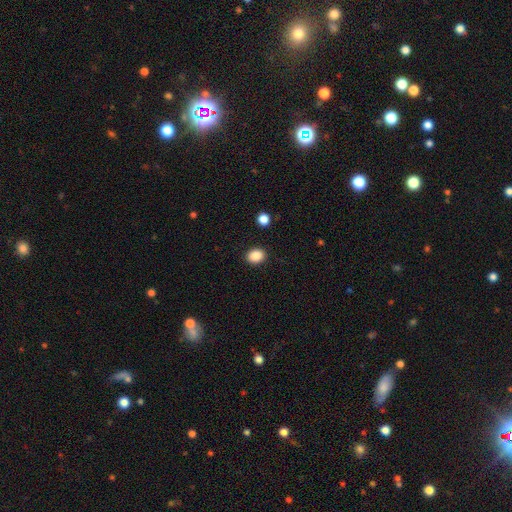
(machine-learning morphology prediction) This appears to be a smooth galaxy with no disk features (88%) that is in between round and cigar-shaped (51%). Merging: none (89%).